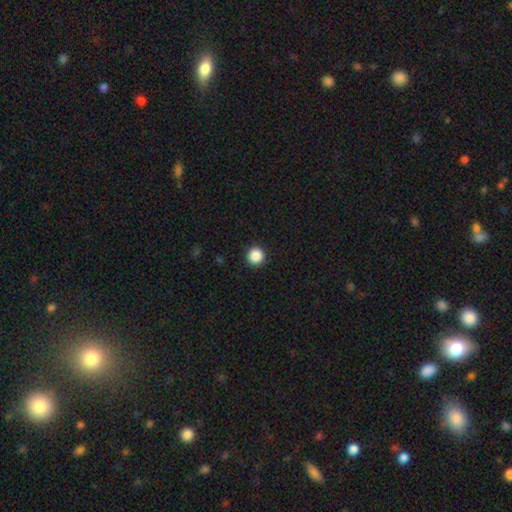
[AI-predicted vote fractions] This is clearly a smooth galaxy (88%). How rounded: clearly round (96%). Merging: clearly none (93%).